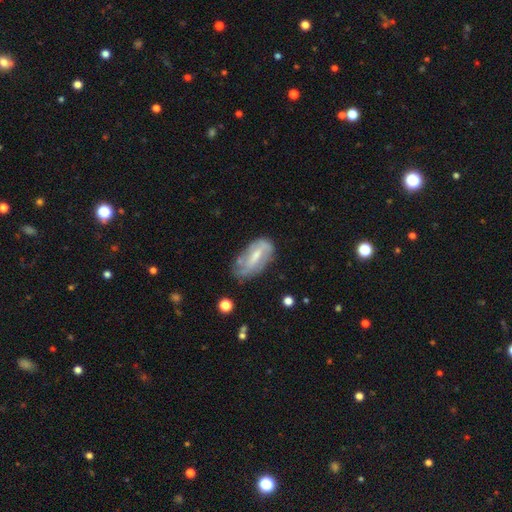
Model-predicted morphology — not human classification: Overall: featured or disk (59%; smooth 33%). Edge-on disk: no (90%). Bar: weak (44%; strong 32%). Spiral arms: yes (67%; no 33%). Bulge size: small (45%; moderate 41%). Merging: none (55%; minor disturbance 30%).